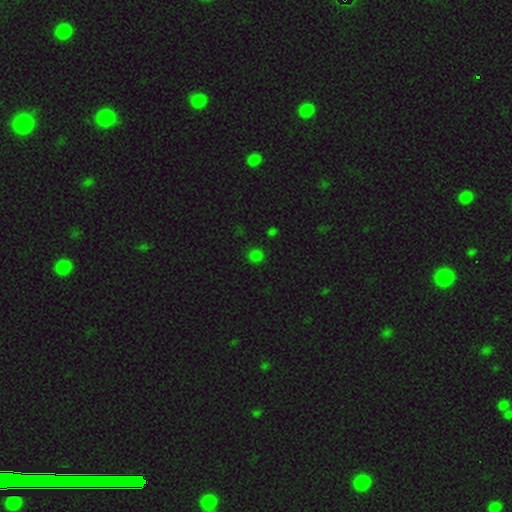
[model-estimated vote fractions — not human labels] The model was most divided on "smooth or featured": smooth: 77%, star or artifact: 20%, featured or disk: 3%. More confident: how rounded — round (89%); merging — none (89%).